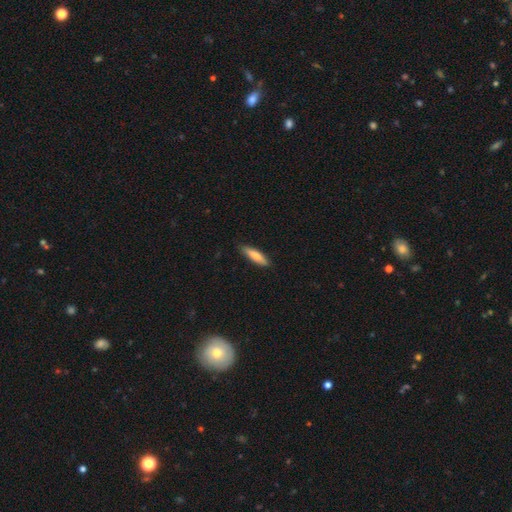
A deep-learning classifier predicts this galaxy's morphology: smooth_or_featured: smooth (p=0.78) [alt: featured or disk p=0.16]
how_rounded: cigar-shaped (p=0.74) [alt: in between p=0.25]
merging: none (p=0.87) [alt: minor disturbance p=0.10]